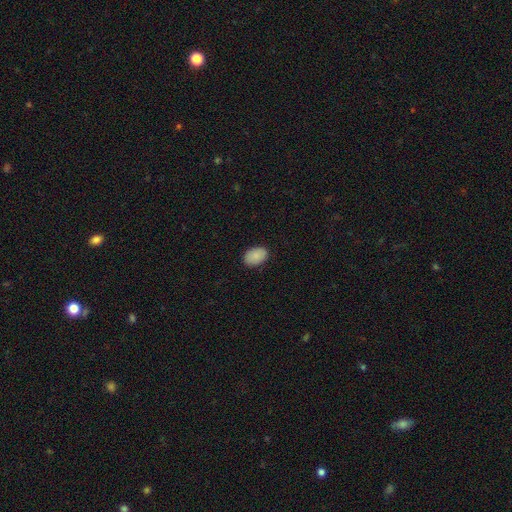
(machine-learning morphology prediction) A smooth galaxy with no disk features (89%) that is in between round and cigar-shaped (86%). Merging: none (88%).